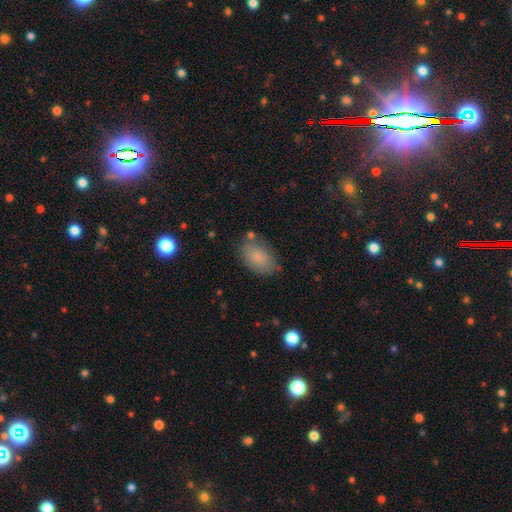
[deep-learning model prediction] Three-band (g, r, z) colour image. It shows a smooth galaxy with no disk features (82%) that is in between round and cigar-shaped (91%). Merging: none (72%).